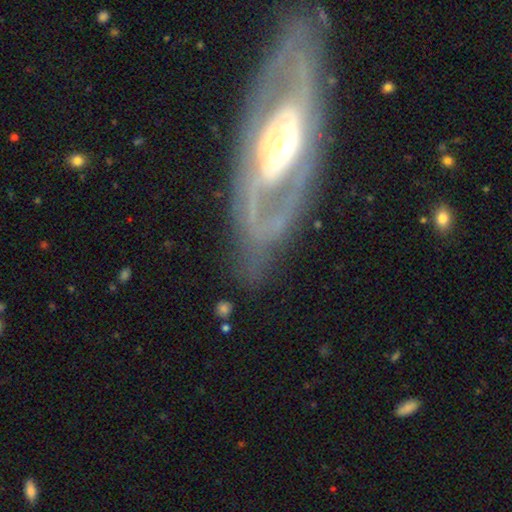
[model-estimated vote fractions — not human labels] A featured or disk galaxy (77%) with no bar (56%), spiral arms (66%) and a moderate central bulge (59%). Merging: none (54%).